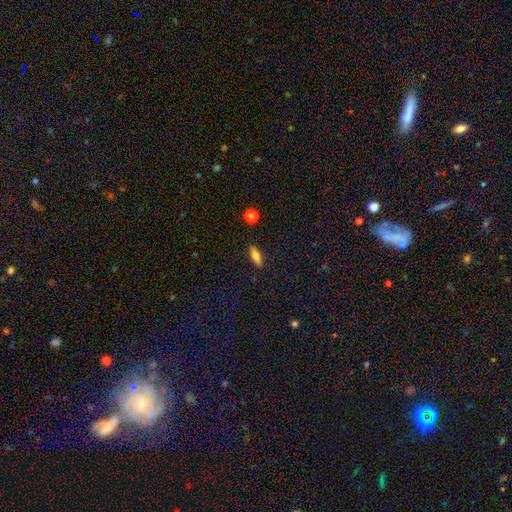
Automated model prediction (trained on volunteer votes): This appears to be a smooth galaxy with no disk features (72%) that is in between round and cigar-shaped (60%). Merging: none (88%).